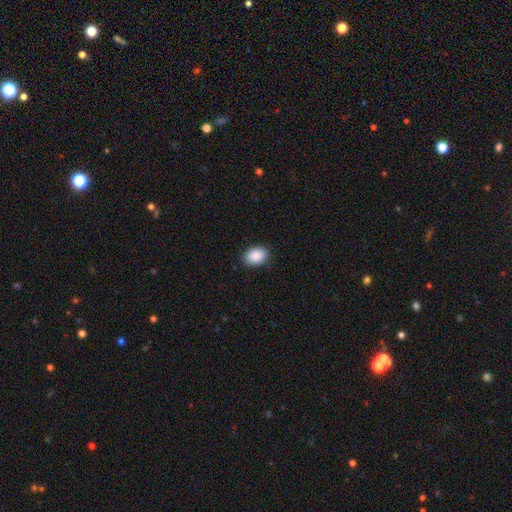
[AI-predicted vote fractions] A smooth galaxy with no disk features (91%) that is in between round and cigar-shaped (79%). Merging: none (88%).